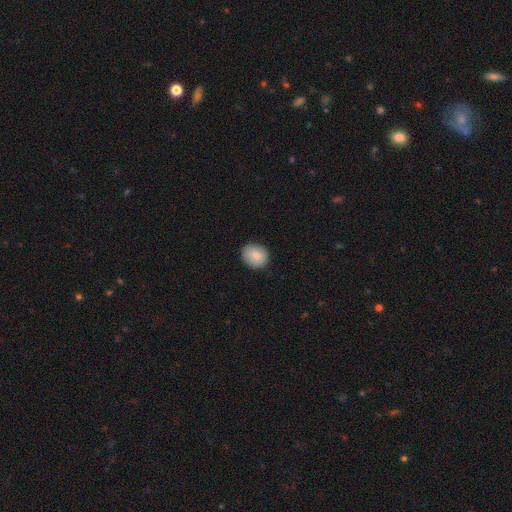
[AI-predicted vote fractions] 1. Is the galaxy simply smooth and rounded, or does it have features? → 83% smooth, 9% featured or disk, 8% star or artifact.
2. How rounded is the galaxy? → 70% round, 30% in between, 1% cigar-shaped.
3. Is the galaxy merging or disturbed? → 86% none, 11% minor disturbance, 2% major disturbance, 1% merger.